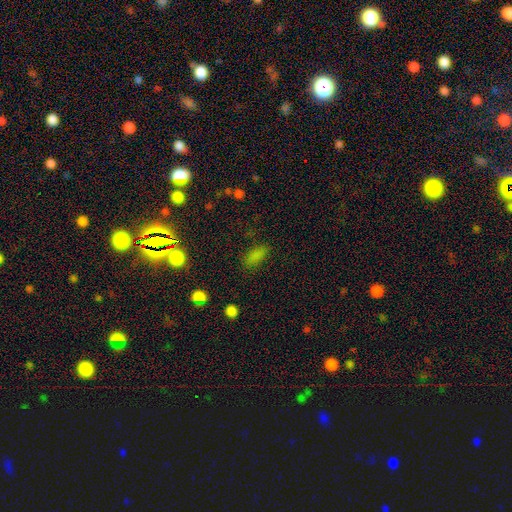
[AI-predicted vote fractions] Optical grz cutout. It shows a smooth galaxy with no disk features (77%) that is in between round and cigar-shaped (84%). Merging: none (79%).